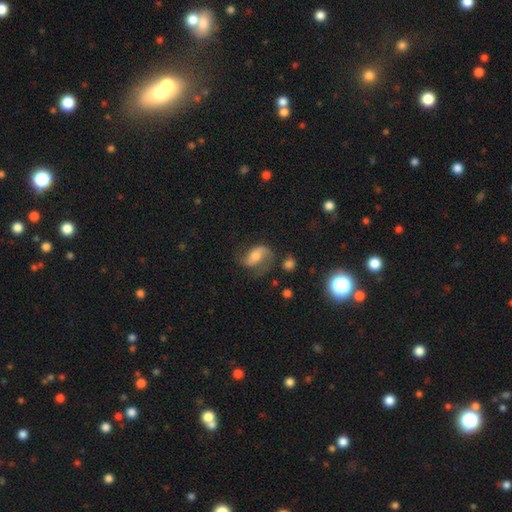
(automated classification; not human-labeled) Q: Smooth or featured?
A: featured or disk (65%); runner-up: smooth (27%)
Q: Edge-on disk?
A: no (96%); runner-up: yes (4%)
Q: Bar?
A: no (40%); runner-up: weak (39%)
Q: Spiral arms?
A: yes (90%); runner-up: no (10%)
Q: Spiral winding?
A: loose (44%); runner-up: medium (42%)
Q: Spiral arm count?
A: 2 (73%); runner-up: 1 (18%)
Q: Bulge size?
A: moderate (53%); runner-up: small (28%)
Q: Merging?
A: none (47%); runner-up: major disturbance (25%)